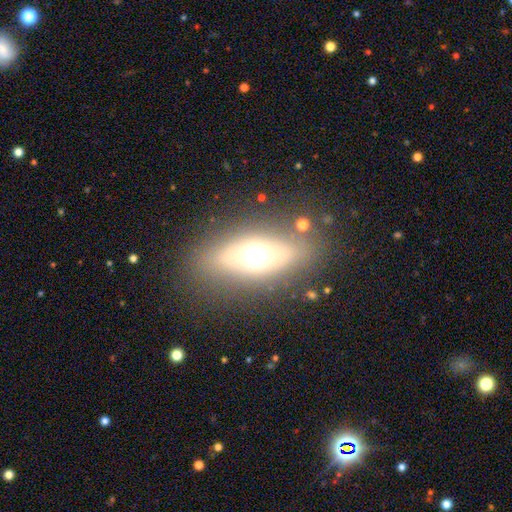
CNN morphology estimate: smooth_or_featured: smooth (p=0.51) [alt: featured or disk p=0.32]
how_rounded: in between (p=0.73) [alt: round p=0.15]
merging: none (p=0.81) [alt: minor disturbance p=0.10]